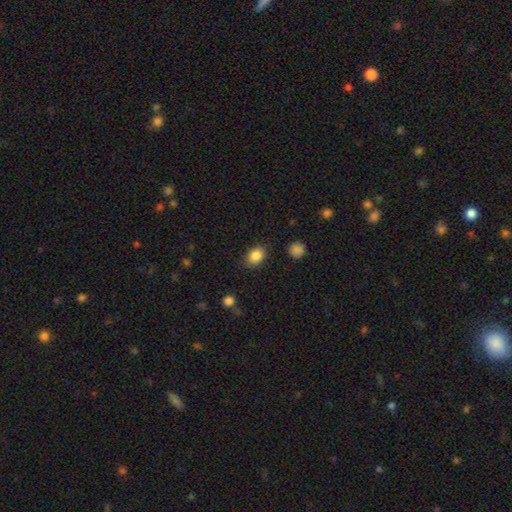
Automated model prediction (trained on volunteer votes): This appears to be a smooth galaxy with no disk features (85%) that is in between round and cigar-shaped (64%). Merging: none (82%).